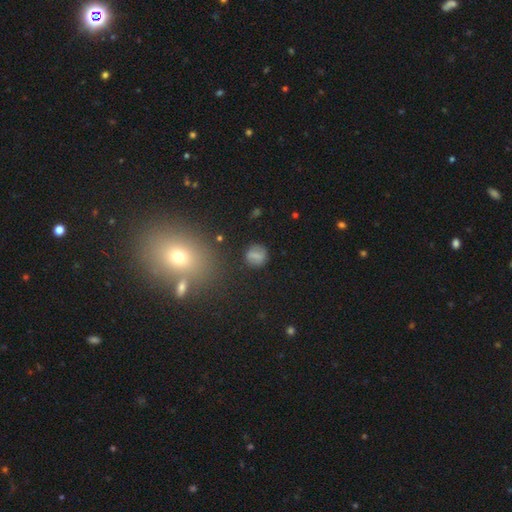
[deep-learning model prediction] The model was most divided on "smooth or featured": smooth: 66%, featured or disk: 21%, star or artifact: 13%. More confident: merging — none (79%); how rounded — round (78%).